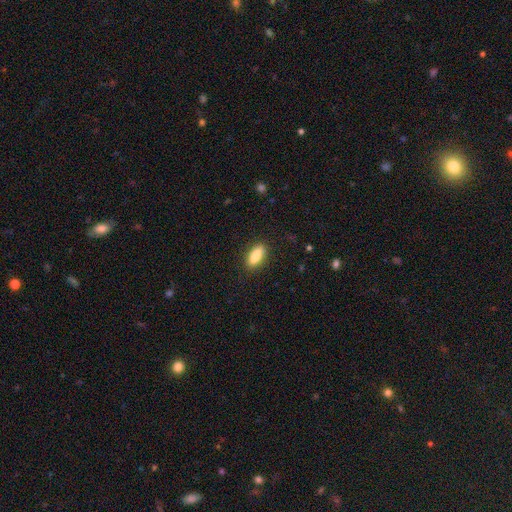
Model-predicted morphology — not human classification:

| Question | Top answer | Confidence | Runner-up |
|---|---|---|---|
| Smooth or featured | smooth | 83% | featured or disk (10%) |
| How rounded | in between | 75% | cigar-shaped (23%) |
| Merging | none | 88% | minor disturbance (9%) |